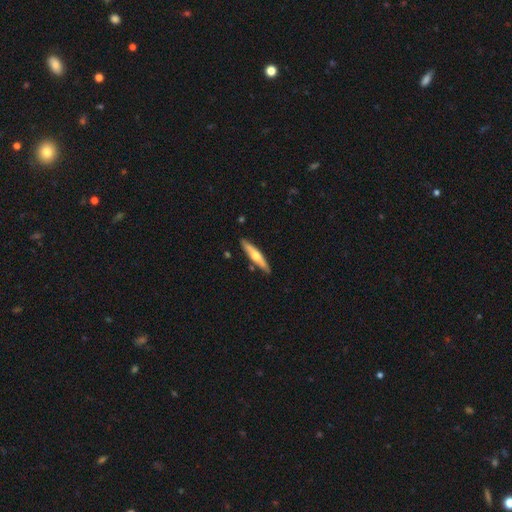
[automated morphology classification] type=featured or disk (51%); edge-on=yes (90%); merging=none (86%).